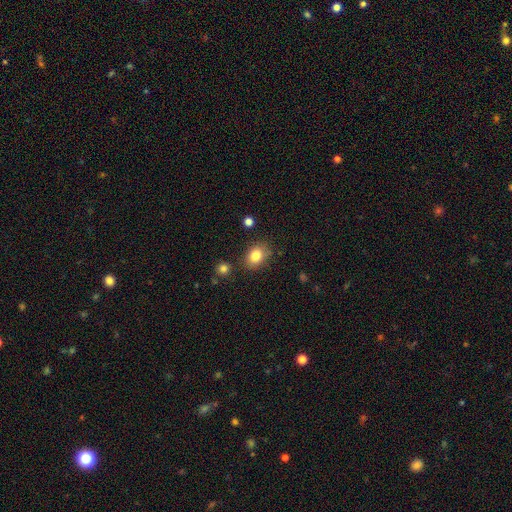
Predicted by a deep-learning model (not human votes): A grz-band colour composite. It shows a smooth galaxy with no disk features (83%) that is in between round and cigar-shaped (67%). Merging: none (79%).